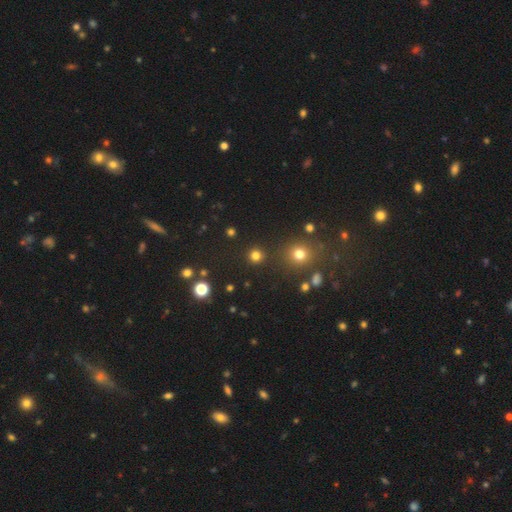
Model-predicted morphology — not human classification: smooth_or_featured: smooth (p=0.79) [alt: star or artifact p=0.17]
how_rounded: round (p=0.94) [alt: in between p=0.05]
merging: none (p=0.90) [alt: minor disturbance p=0.05]